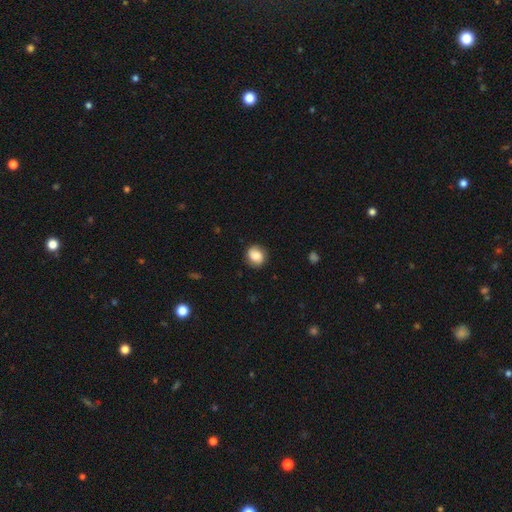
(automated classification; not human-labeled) A smooth galaxy with no disk features (79%) that is round (72%). Merging: none (82%).